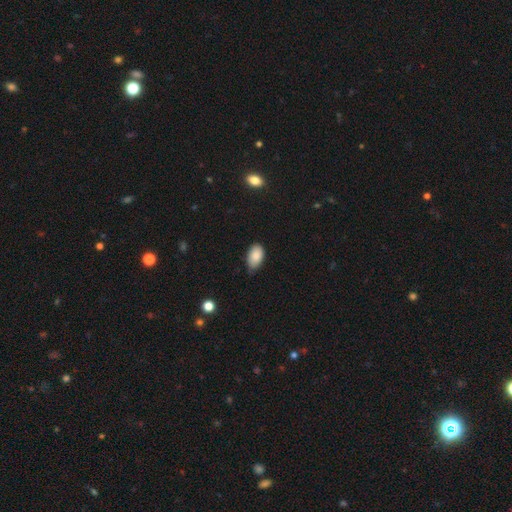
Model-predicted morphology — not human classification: type=smooth (86%); roundness=in between (94%); merging=none (59%).